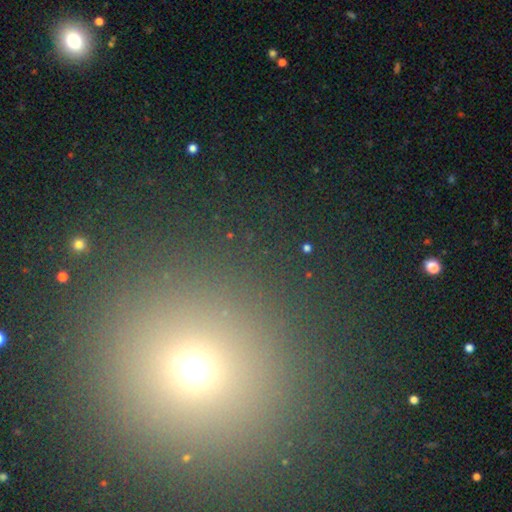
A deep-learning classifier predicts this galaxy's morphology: Smooth or featured? smooth (53%)
How rounded? round (92%)
Merging? none (89%)